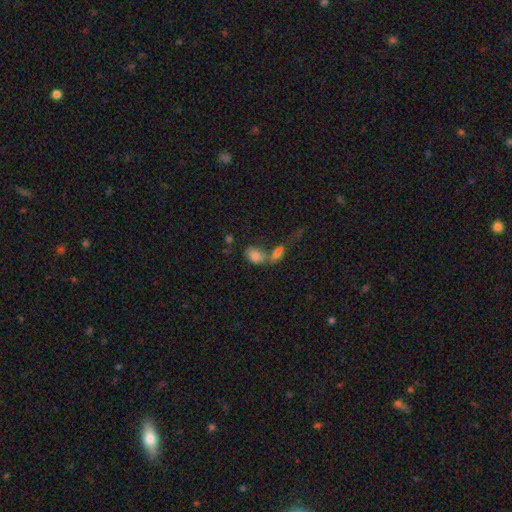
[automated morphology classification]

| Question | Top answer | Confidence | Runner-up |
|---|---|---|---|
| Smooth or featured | smooth | 79% | featured or disk (11%) |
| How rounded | in between | 82% | round (15%) |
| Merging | merger | 47% | none (34%) |